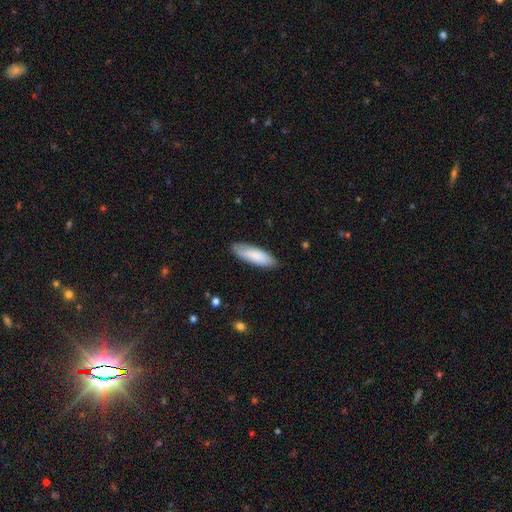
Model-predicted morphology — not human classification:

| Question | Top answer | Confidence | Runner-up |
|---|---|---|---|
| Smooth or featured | smooth | 83% | featured or disk (11%) |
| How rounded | in between | 55% | cigar-shaped (44%) |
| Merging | none | 84% | minor disturbance (13%) |